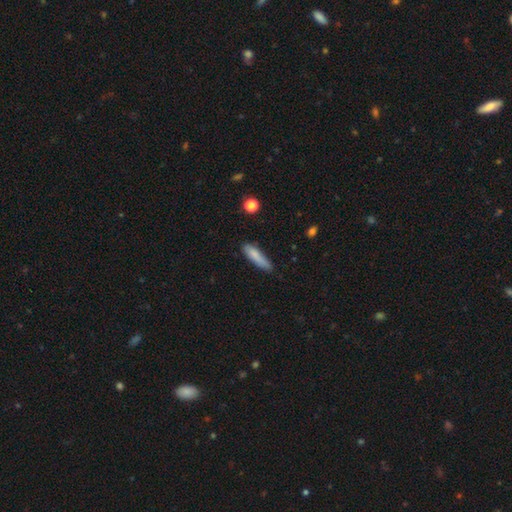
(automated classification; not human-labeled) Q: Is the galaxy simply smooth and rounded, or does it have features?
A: smooth — 82%.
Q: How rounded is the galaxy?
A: cigar-shaped — 77%.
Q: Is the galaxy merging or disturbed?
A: none — 70%.